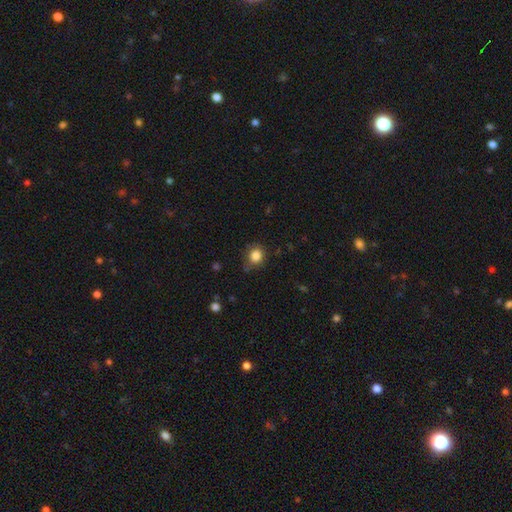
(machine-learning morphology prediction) smooth 84%, star or artifact 10%, featured or disk 6%. Down the decision tree: how rounded — round (77%); merging — none (71%).